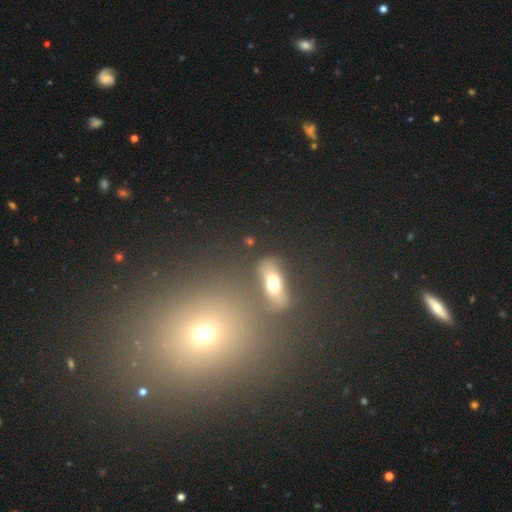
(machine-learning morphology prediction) The model was most divided on "smooth or featured": smooth: 42%, star or artifact: 33%, featured or disk: 25%. More confident: merging — none (71%).